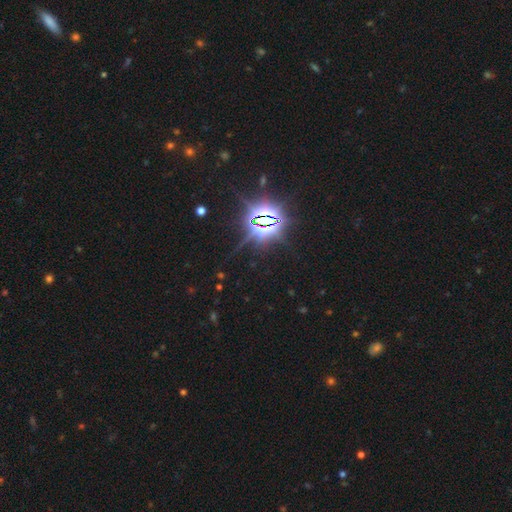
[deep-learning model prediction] The model was most divided on "smooth or featured": star or artifact: 84%, smooth: 9%, featured or disk: 7%.